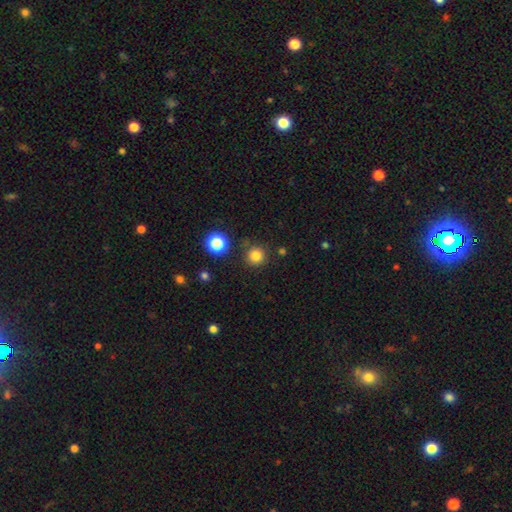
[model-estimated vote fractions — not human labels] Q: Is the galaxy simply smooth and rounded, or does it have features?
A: smooth — 81%.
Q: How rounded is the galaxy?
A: round — 95%.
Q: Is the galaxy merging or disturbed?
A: none — 86%.